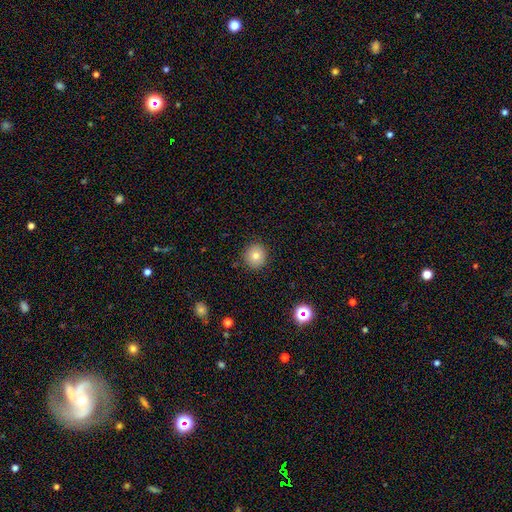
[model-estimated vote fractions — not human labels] Smooth or featured: smooth — 77% (star or artifact — 12%)
How rounded: round — 93% (in between — 6%)
Merging: none — 90% (minor disturbance — 7%)